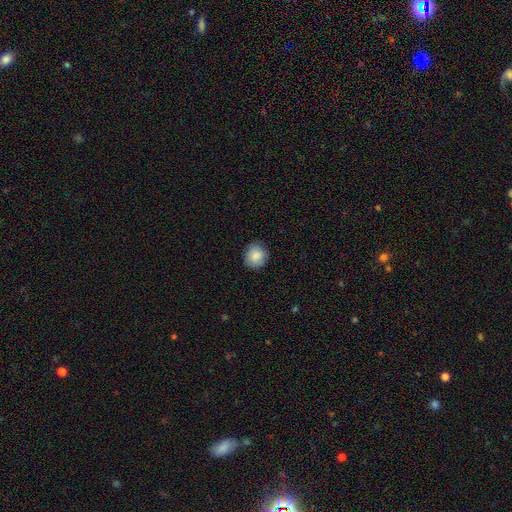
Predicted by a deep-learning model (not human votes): The model was most divided on "how rounded": round: 84%, in between: 15%, cigar-shaped: 1%. More confident: smooth or featured — smooth (86%); merging — none (83%).